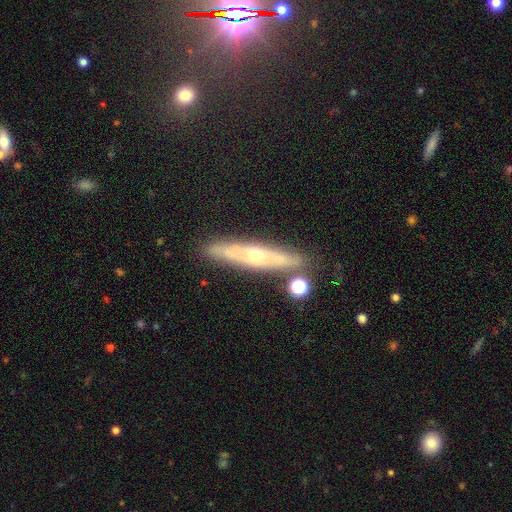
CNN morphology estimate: featured or disk 66%, smooth 25%, star or artifact 9%. Down the decision tree: edge-on disk — yes (78%); edge-on bulge — rounded (78%); merging — none (79%).